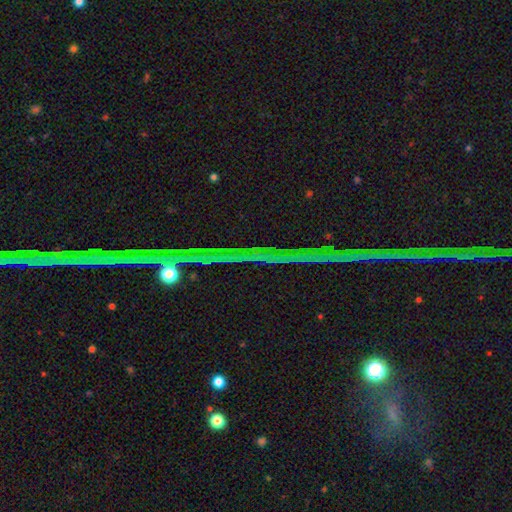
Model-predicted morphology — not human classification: Smooth or featured? star or artifact (85%)